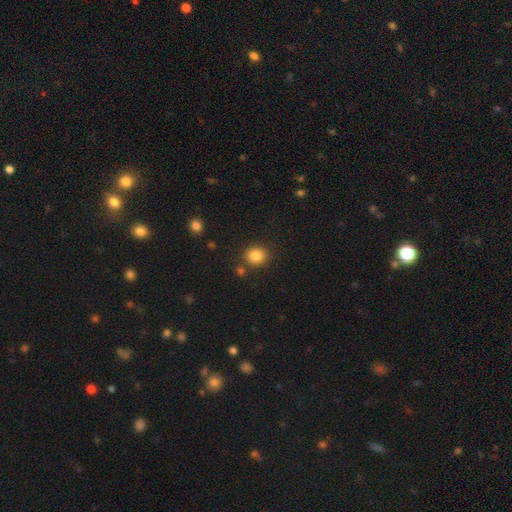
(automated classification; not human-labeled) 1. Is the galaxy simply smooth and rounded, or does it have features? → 85% smooth, 10% star or artifact, 5% featured or disk.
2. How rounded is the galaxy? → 78% round, 21% in between, 1% cigar-shaped.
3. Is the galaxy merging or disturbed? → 83% none, 9% minor disturbance, 5% merger, 3% major disturbance.